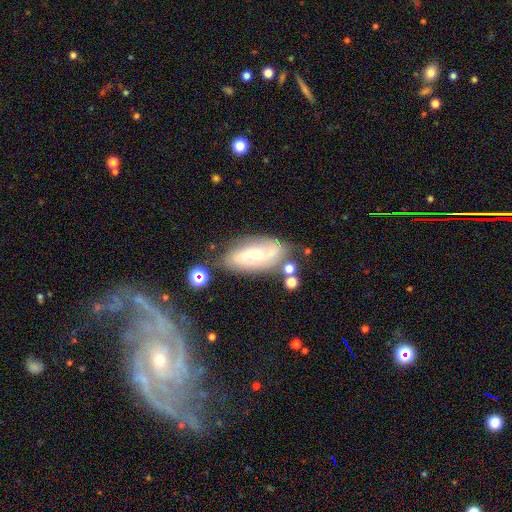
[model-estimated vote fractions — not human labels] smooth-or-featured: featured or disk: 63% | smooth: 28% | star or artifact: 9%
  disk-edge-on: no: 89% | yes: 11%
    bar: no: 56% | weak: 32% | strong: 11%
    has-spiral-arms: yes: 82% | no: 18%
    bulge-size: small: 49% | moderate: 46% | large: 2% | none: 2% | dominant: 1%
  merging: none: 69% | minor disturbance: 19% | merger: 7% | major disturbance: 6%